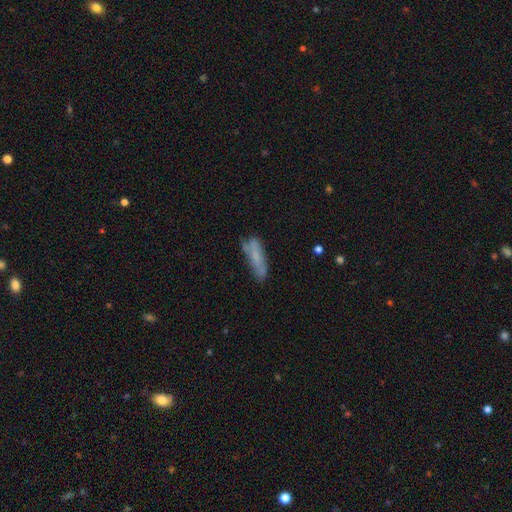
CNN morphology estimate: Q: Smooth or featured?
A: smooth (60%); runner-up: featured or disk (31%)
Q: How rounded?
A: cigar-shaped (65%); runner-up: in between (33%)
Q: Merging?
A: none (55%); runner-up: minor disturbance (27%)